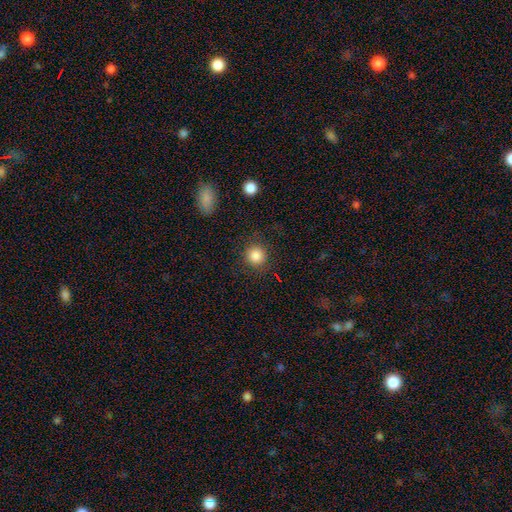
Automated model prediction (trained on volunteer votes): smooth 85%, star or artifact 10%, featured or disk 4%. Down the decision tree: how rounded — round (92%); merging — none (86%).